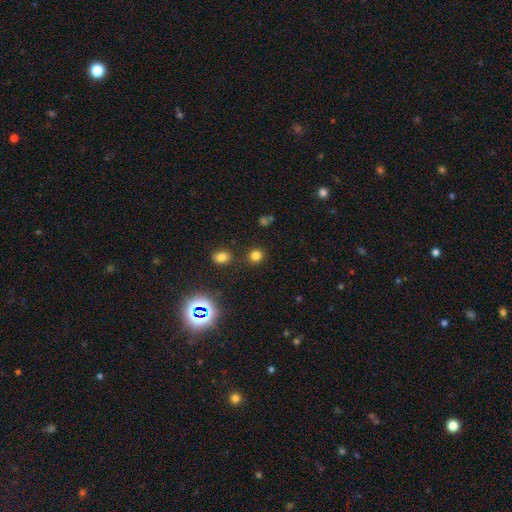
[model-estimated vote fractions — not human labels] A smooth galaxy with no disk features (76%) that is round (85%).

Vote fractions:
- Smooth or featured? smooth: 76% / star or artifact: 19% / featured or disk: 5%
- How rounded? round: 85% / in between: 14% / cigar-shaped: 1%
- Merging? none: 85% / minor disturbance: 7% / merger: 5% / major disturbance: 3%